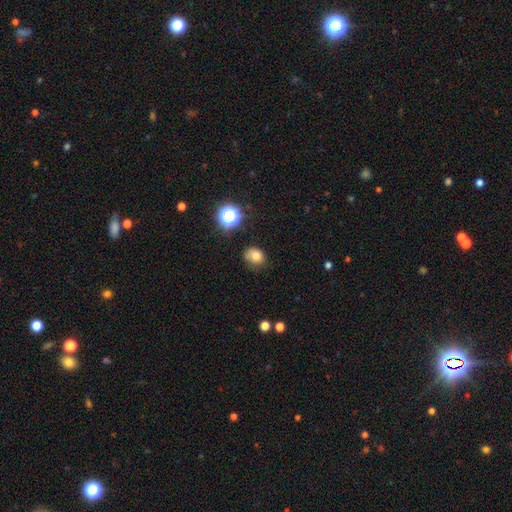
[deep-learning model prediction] Overall: smooth (77%). How rounded: round (55%; in between 44%). Merging: none (60%; minor disturbance 28%).